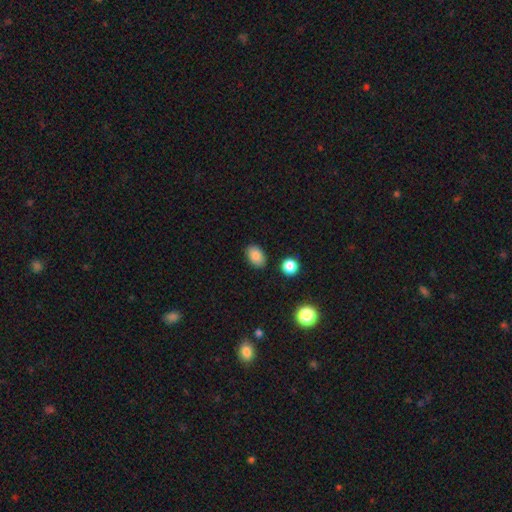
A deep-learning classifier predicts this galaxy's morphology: Q: Smooth or featured?
A: smooth (85%); runner-up: star or artifact (9%)
Q: How rounded?
A: in between (86%); runner-up: round (13%)
Q: Merging?
A: none (86%); runner-up: minor disturbance (10%)